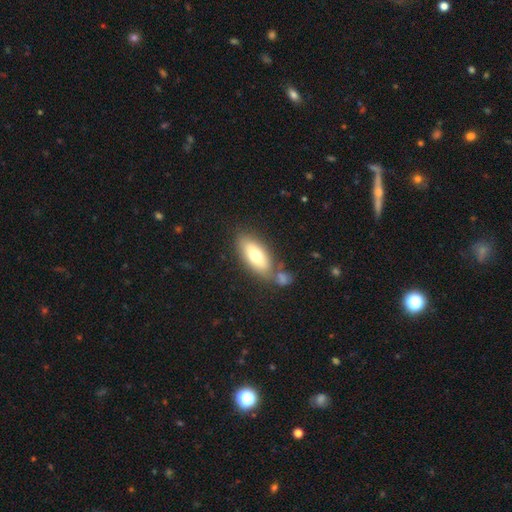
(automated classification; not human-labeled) This is likely a smooth galaxy (71%). How rounded: clearly in between (84%). Merging: possibly none (58%).